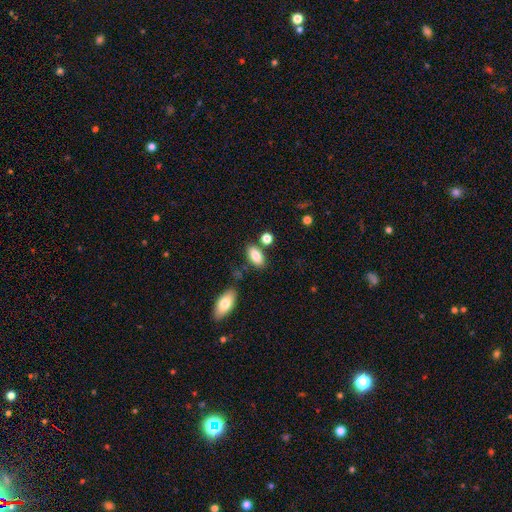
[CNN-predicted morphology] Smooth or featured?
  - smooth: 83% *
  - featured or disk: 9%
  - star or artifact: 7%
How rounded?
  - in between: 89% *
  - cigar-shaped: 6%
  - round: 5%
Merging?
  - none: 74% *
  - minor disturbance: 13%
  - merger: 10%
  - major disturbance: 3%